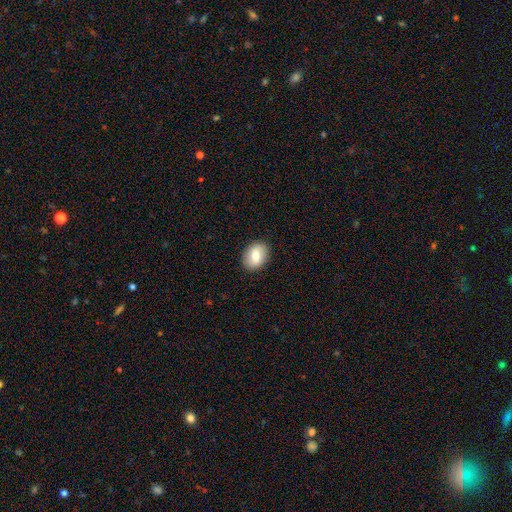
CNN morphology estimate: Overall: smooth (75%). How rounded: in between (74%). Merging: none (89%).